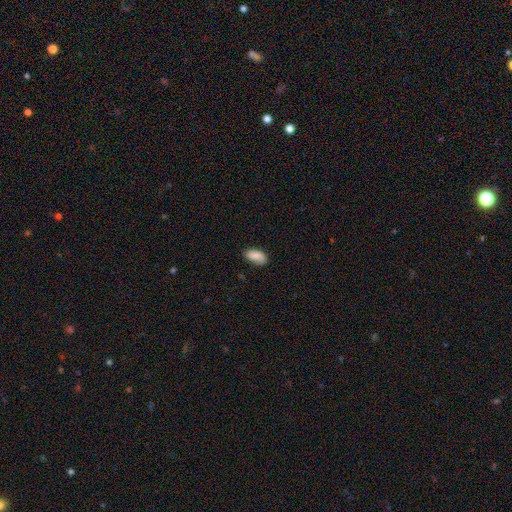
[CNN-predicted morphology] type=smooth (83%); roundness=in between (93%); merging=none (73%).